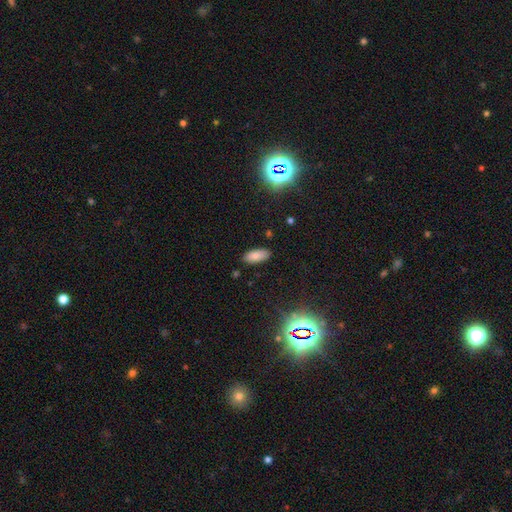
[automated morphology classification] smooth_or_featured: smooth (p=0.82) [alt: star or artifact p=0.11]
how_rounded: in between (p=0.86) [alt: cigar-shaped p=0.12]
merging: none (p=0.86) [alt: minor disturbance p=0.10]